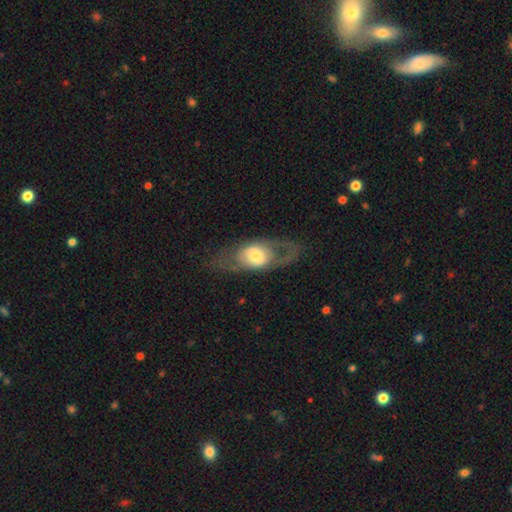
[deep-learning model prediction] Smooth or featured? featured or disk (56%)
Edge-on disk? no (80%)
Merging? none (67%)